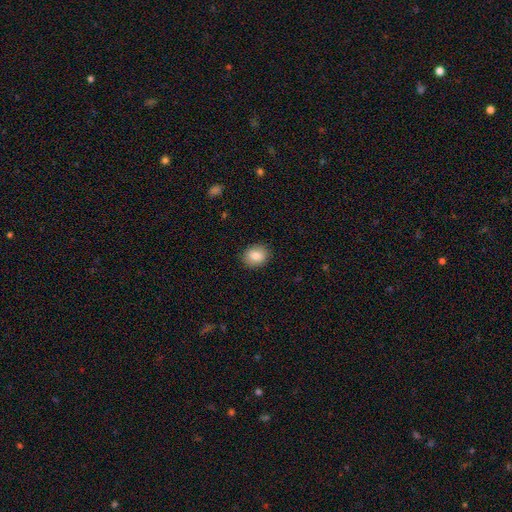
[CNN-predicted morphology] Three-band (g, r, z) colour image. It shows a smooth galaxy with no disk features (84%) that is round (60%). Merging: none (89%).